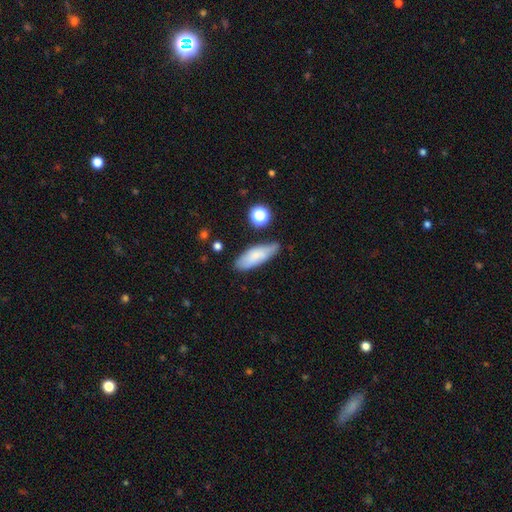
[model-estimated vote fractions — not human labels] Morphology: type=smooth (77%); roundness=in between (63%); merging=none (66%).